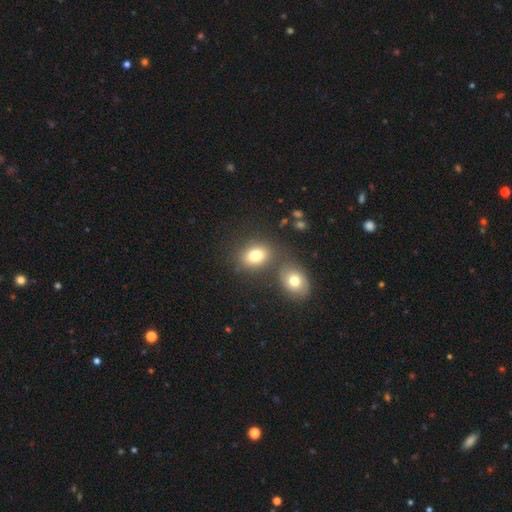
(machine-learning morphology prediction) smooth-or-featured: smooth: 78% | featured or disk: 11% | star or artifact: 11%
  how-rounded: in between: 63% | round: 36% | cigar-shaped: 1%
  merging: none: 59% | merger: 27% | minor disturbance: 10% | major disturbance: 4%